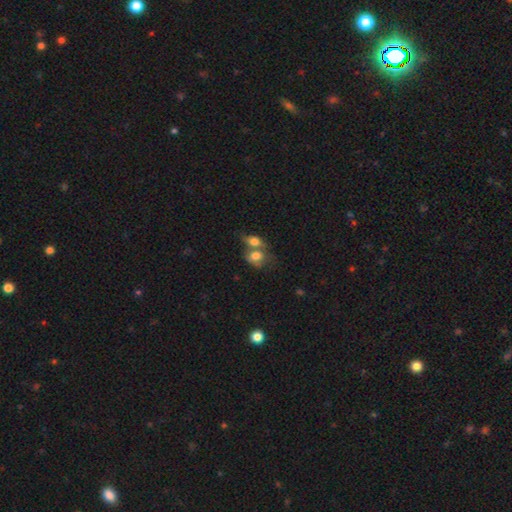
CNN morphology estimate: smooth 74%, featured or disk 17%, star or artifact 9%. Down the decision tree: how rounded — in between (65%); merging — merger (63%).